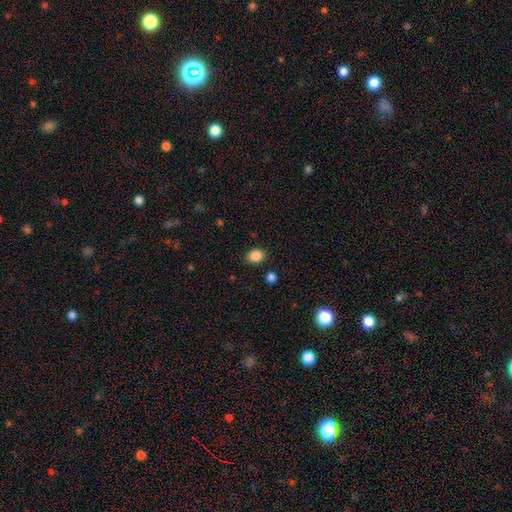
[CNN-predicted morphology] A smooth galaxy with no disk features (87%) that is round (55%).

Vote fractions:
- Smooth or featured? smooth: 87% / star or artifact: 10% / featured or disk: 4%
- How rounded? round: 55% / in between: 44% / cigar-shaped: 1%
- Merging? none: 86% / minor disturbance: 9% / major disturbance: 3% / merger: 2%